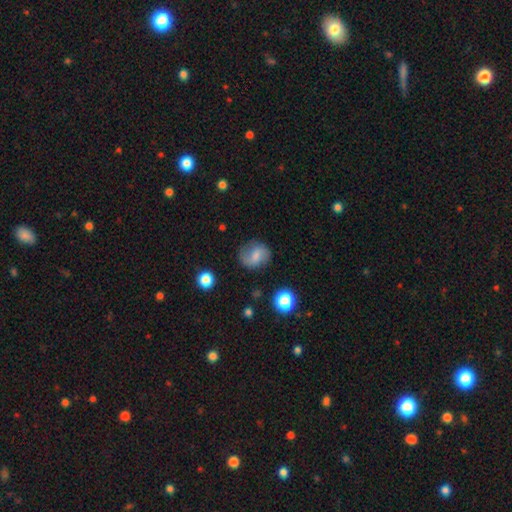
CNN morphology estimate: The model was most divided on "smooth or featured": smooth: 56%, featured or disk: 34%, star or artifact: 10%. More confident: merging — none (69%); how rounded — round (61%).